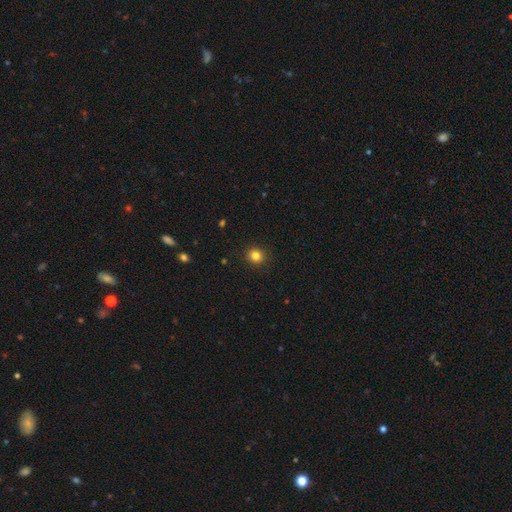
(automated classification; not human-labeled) This is clearly a smooth galaxy (82%). How rounded: clearly round (88%). Merging: clearly none (92%).